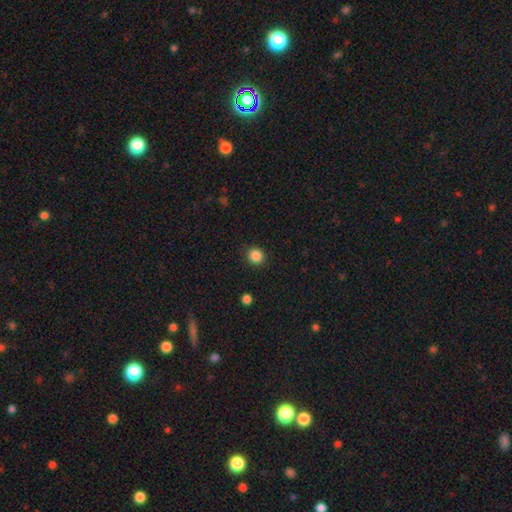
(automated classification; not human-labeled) Smooth or featured?
  - smooth: 86% *
  - star or artifact: 11%
  - featured or disk: 3%
How rounded?
  - round: 87% *
  - in between: 12%
  - cigar-shaped: 1%
Merging?
  - none: 90% *
  - minor disturbance: 7%
  - major disturbance: 2%
  - merger: 1%